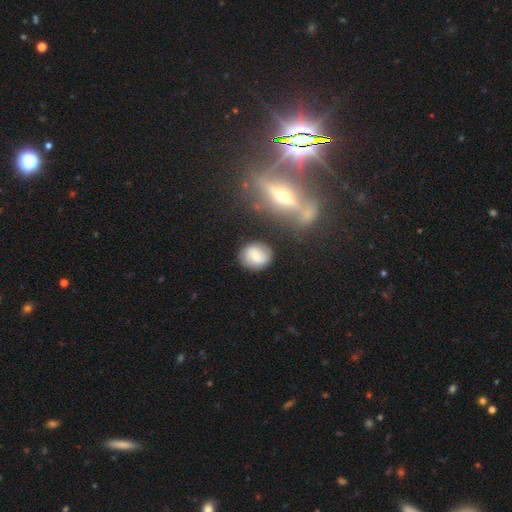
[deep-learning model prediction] The model was most divided on "smooth or featured": smooth: 59%, featured or disk: 32%, star or artifact: 9%. More confident: merging — none (78%); how rounded — round (69%).